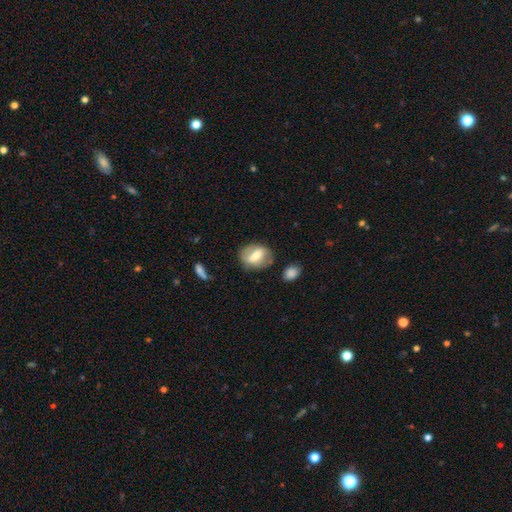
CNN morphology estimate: Smooth or featured? smooth (53%)
How rounded? in between (68%)
Merging? none (71%)